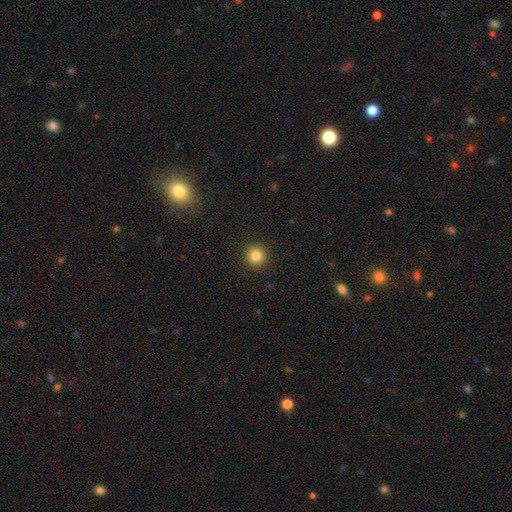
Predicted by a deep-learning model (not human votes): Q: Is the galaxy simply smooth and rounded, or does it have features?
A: smooth — 84%.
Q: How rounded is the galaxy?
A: round — 95%.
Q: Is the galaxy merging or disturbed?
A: none — 92%.